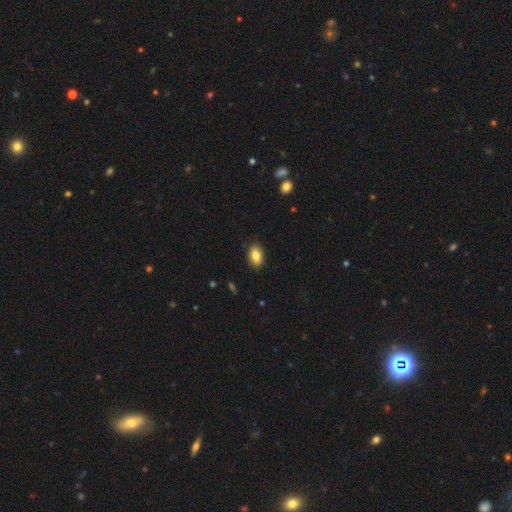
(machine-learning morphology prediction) Overall: smooth (85%). How rounded: in between (89%). Merging: none (87%).